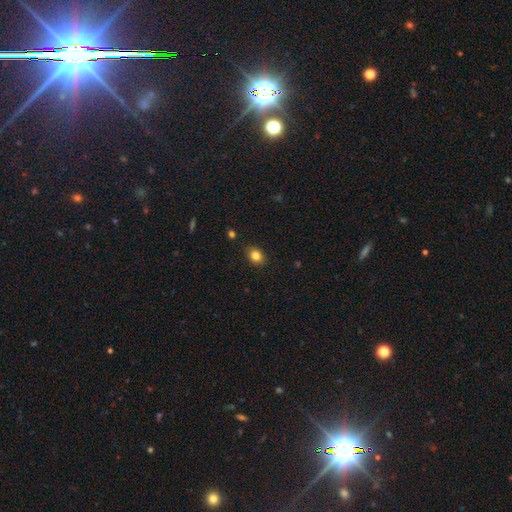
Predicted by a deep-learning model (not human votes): A smooth galaxy with no disk features (83%) that is in between round and cigar-shaped (57%).

Vote fractions:
- Smooth or featured? smooth: 83% / star or artifact: 11% / featured or disk: 6%
- How rounded? in between: 57% / round: 42% / cigar-shaped: 1%
- Merging? none: 87% / minor disturbance: 10% / major disturbance: 2% / merger: 1%